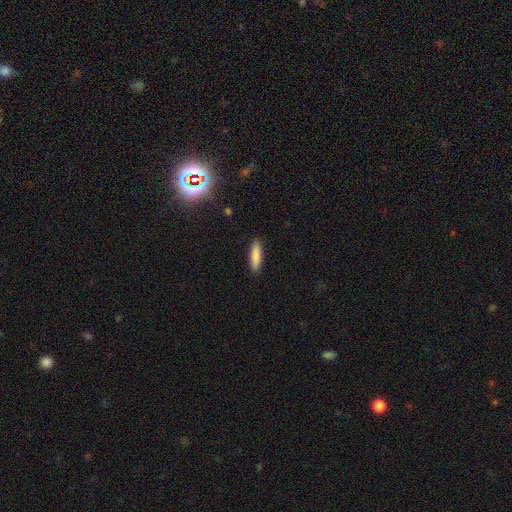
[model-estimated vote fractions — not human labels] A smooth galaxy with no disk features (85%) that is cigar-shaped (75%).

Vote fractions:
- Smooth or featured? smooth: 85% / featured or disk: 9% / star or artifact: 7%
- How rounded? cigar-shaped: 75% / in between: 24% / round: 1%
- Merging? none: 90% / minor disturbance: 7% / major disturbance: 2% / merger: 1%